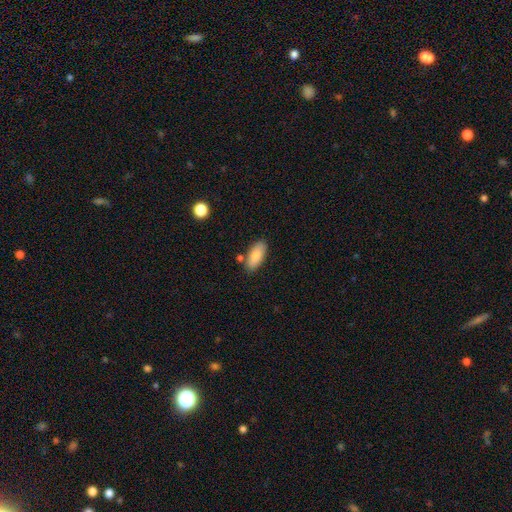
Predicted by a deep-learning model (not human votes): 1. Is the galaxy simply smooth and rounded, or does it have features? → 84% smooth, 10% featured or disk, 6% star or artifact.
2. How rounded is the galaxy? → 89% in between, 9% cigar-shaped, 2% round.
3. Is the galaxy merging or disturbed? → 80% none, 12% minor disturbance, 5% merger, 3% major disturbance.